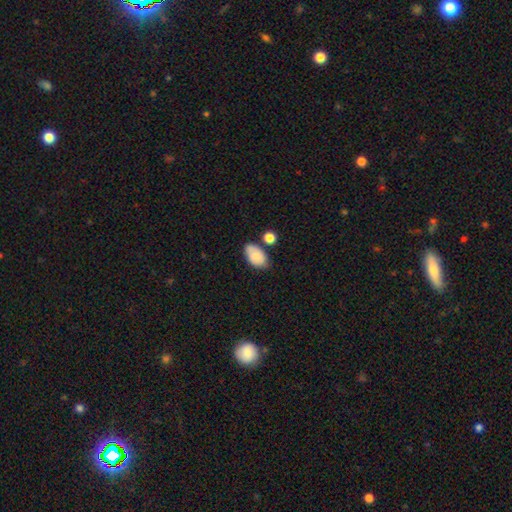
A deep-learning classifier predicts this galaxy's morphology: This is likely a smooth galaxy (80%). How rounded: clearly in between (92%). Merging: likely none (64%).